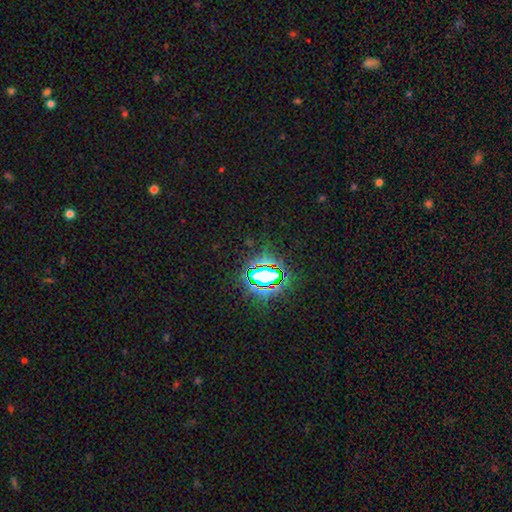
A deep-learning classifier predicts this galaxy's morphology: Smooth or featured? star or artifact (81%)